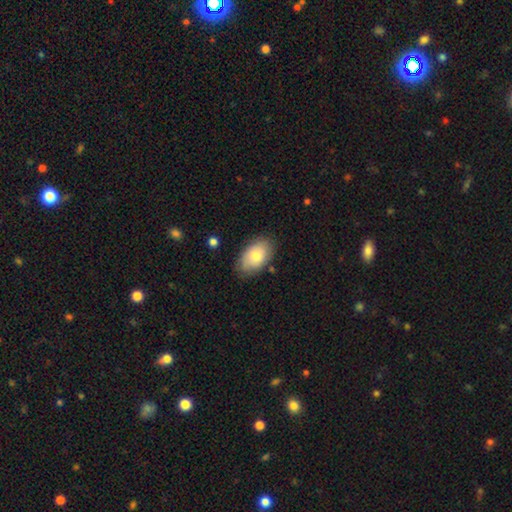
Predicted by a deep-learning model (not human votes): Smooth or featured?
  - smooth: 74% *
  - featured or disk: 19%
  - star or artifact: 7%
How rounded?
  - in between: 91% *
  - round: 7%
  - cigar-shaped: 1%
Merging?
  - none: 78% *
  - minor disturbance: 17%
  - major disturbance: 3%
  - merger: 2%